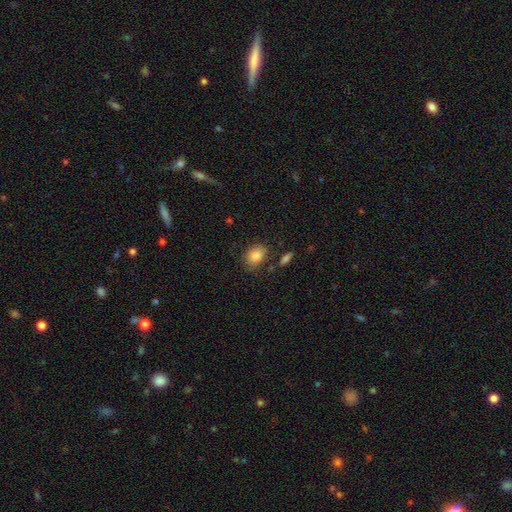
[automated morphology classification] This appears to be a smooth galaxy with no disk features (85%) that is in between round and cigar-shaped (71%). Merging: none (74%).